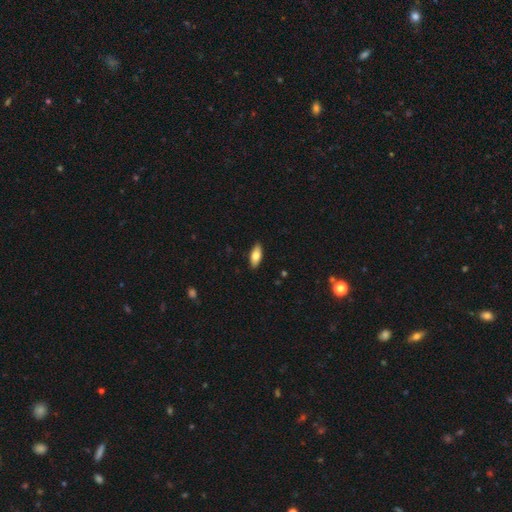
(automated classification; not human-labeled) smooth-or-featured: smooth: 77% | featured or disk: 16% | star or artifact: 6%
  how-rounded: in between: 83% | cigar-shaped: 15% | round: 2%
  merging: none: 89% | minor disturbance: 8% | major disturbance: 2% | merger: 1%